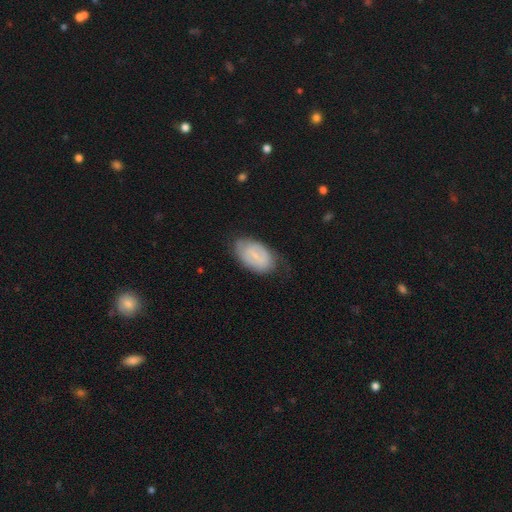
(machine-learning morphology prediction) A smooth galaxy with no disk features (49%). Merging: none (67%).